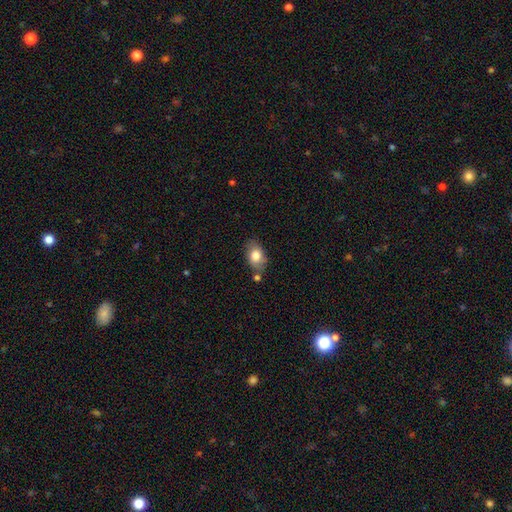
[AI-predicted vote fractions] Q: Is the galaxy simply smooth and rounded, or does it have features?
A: smooth — 78%.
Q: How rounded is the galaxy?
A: in between — 86%.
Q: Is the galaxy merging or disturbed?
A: none — 70%.